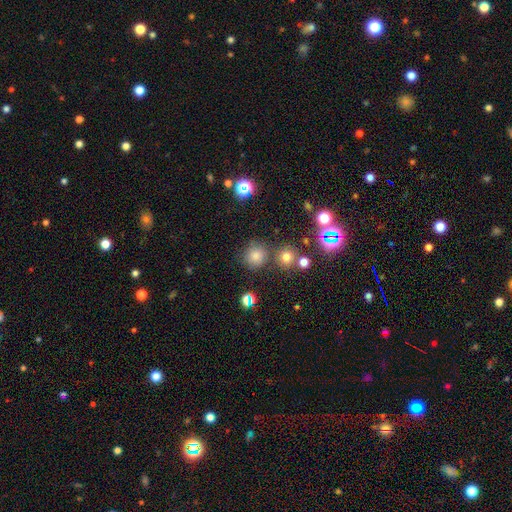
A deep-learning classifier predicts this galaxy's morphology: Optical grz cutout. It shows a smooth galaxy with no disk features (72%) that is round (90%). Merging: none (75%).